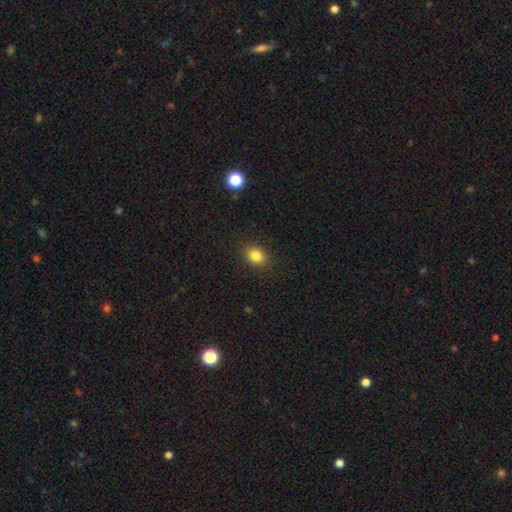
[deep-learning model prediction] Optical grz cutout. It shows a smooth galaxy with no disk features (84%) that is in between round and cigar-shaped (52%). Merging: none (88%).